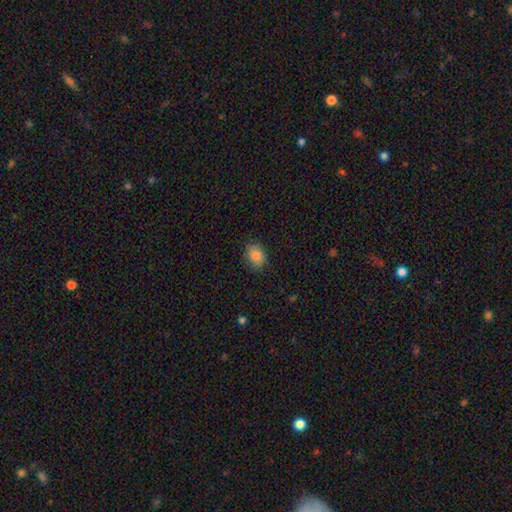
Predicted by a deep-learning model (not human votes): Morphology: type=smooth (83%); roundness=in between (51%); merging=none (82%).